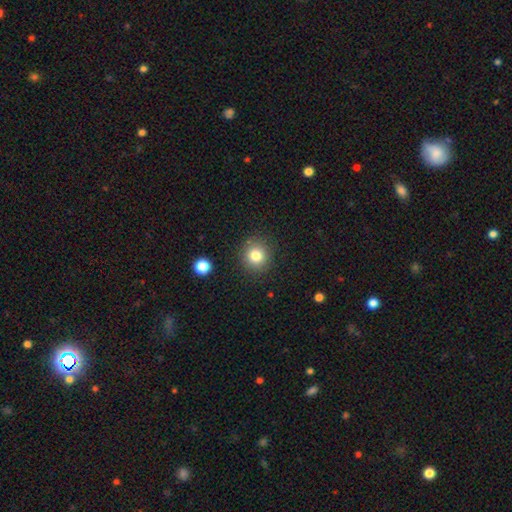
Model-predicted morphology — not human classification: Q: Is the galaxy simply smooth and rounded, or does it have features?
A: smooth — 80%.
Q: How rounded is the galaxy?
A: round — 92%.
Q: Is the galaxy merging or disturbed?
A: none — 88%.